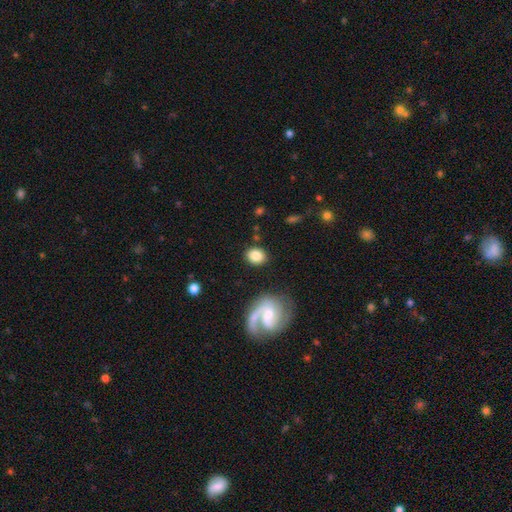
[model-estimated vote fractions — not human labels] Q: Smooth or featured?
A: smooth (80%); runner-up: featured or disk (13%)
Q: How rounded?
A: round (57%); runner-up: in between (42%)
Q: Merging?
A: none (83%); runner-up: minor disturbance (10%)